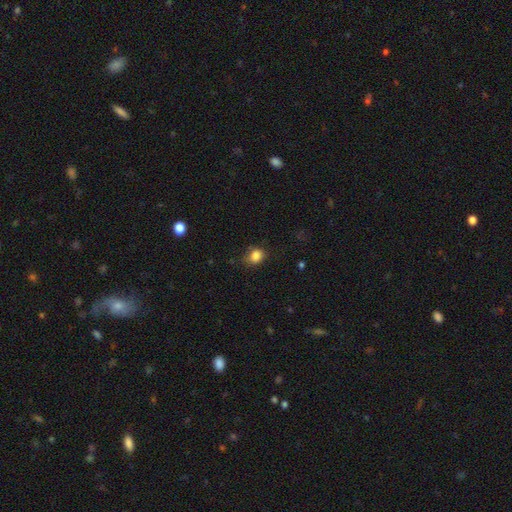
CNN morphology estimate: Overall: smooth (84%). How rounded: round (58%; in between 41%). Merging: none (70%).